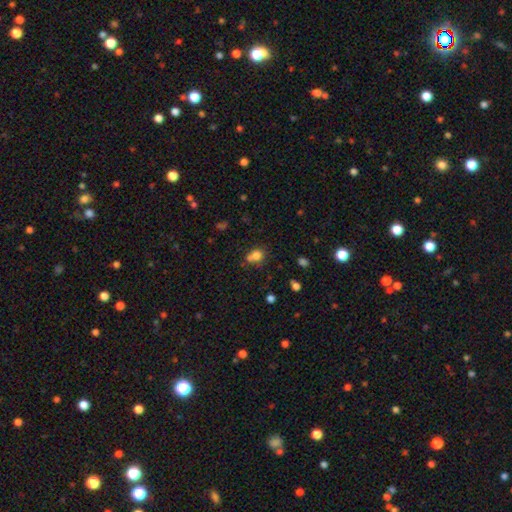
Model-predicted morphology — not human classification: The model was most divided on "how rounded": round: 55%, in between: 43%, cigar-shaped: 1%. Remaining: smooth or featured — smooth (78%); merging — none (47%).